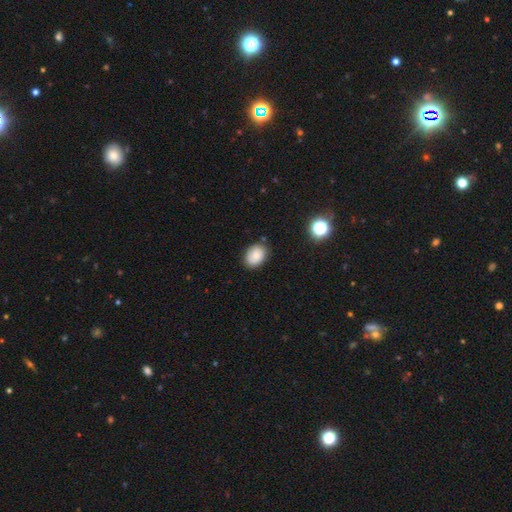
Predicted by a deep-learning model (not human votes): This is likely a smooth galaxy (70%). How rounded: likely in between (62%). Merging: likely none (80%).